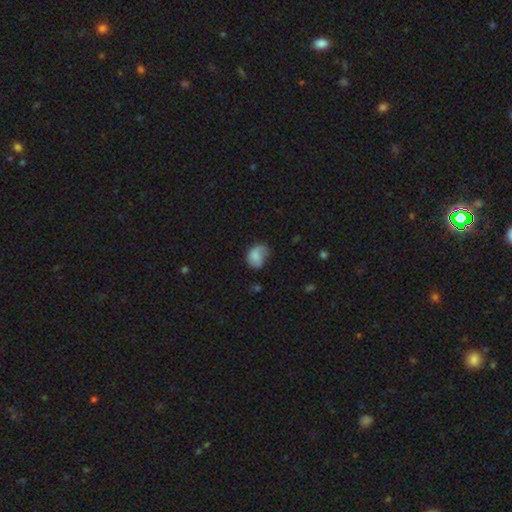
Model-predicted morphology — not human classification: Overall: smooth (71%). How rounded: in between (60%; round 39%). Merging: none (37%; minor disturbance 36%).